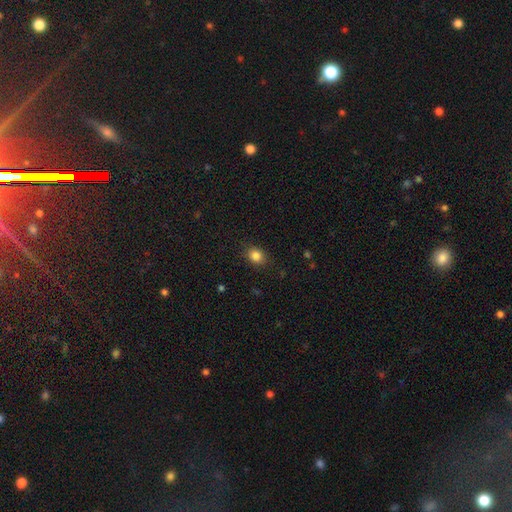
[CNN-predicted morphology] Smooth or featured? smooth (85%)
How rounded? round (55%)
Merging? none (86%)